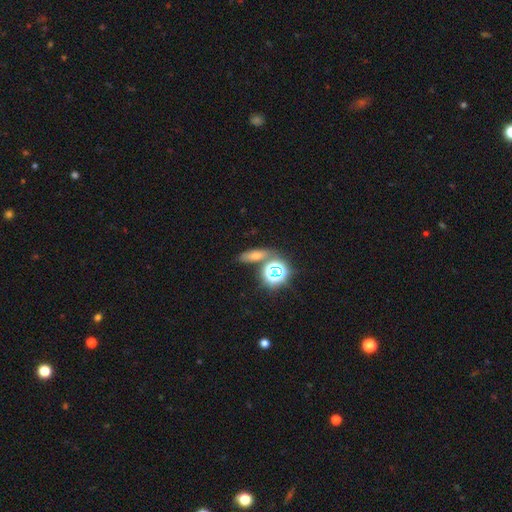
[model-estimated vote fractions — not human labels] This is marginally a smooth galaxy (44%). Merging: likely none (72%).